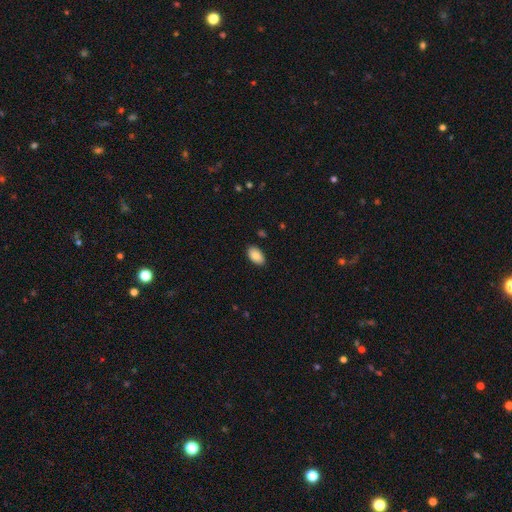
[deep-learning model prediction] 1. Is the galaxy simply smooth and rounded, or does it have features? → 88% smooth, 7% star or artifact, 6% featured or disk.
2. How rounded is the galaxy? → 95% in between, 4% round, 1% cigar-shaped.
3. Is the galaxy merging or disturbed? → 89% none, 8% minor disturbance, 2% major disturbance, 1% merger.